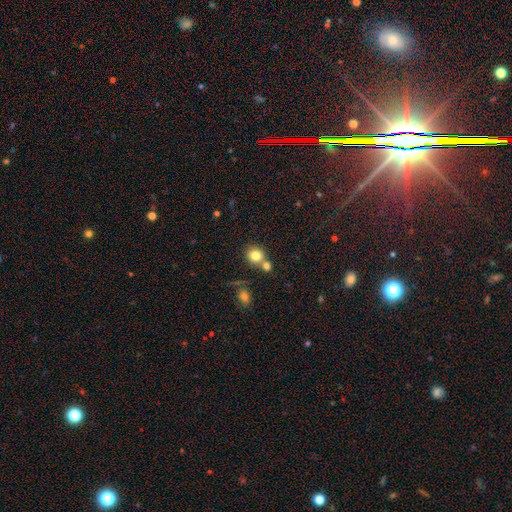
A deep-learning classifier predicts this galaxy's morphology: Overall: smooth (80%). How rounded: round (80%). Merging: none (54%; merger 34%).